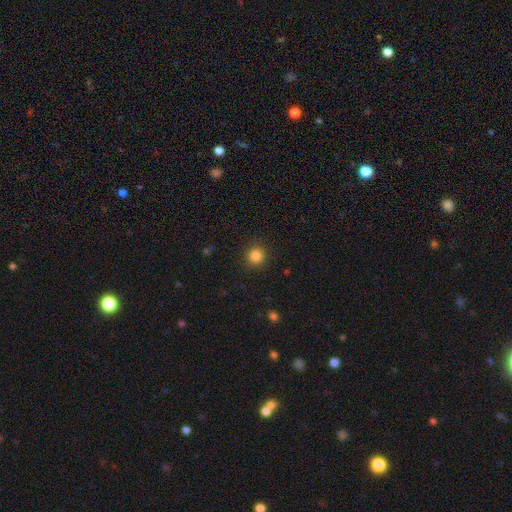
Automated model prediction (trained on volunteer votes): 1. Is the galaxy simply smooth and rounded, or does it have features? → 84% smooth, 12% star or artifact, 4% featured or disk.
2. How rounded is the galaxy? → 94% round, 5% in between, 1% cigar-shaped.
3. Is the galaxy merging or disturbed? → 91% none, 6% minor disturbance, 2% major disturbance, 1% merger.